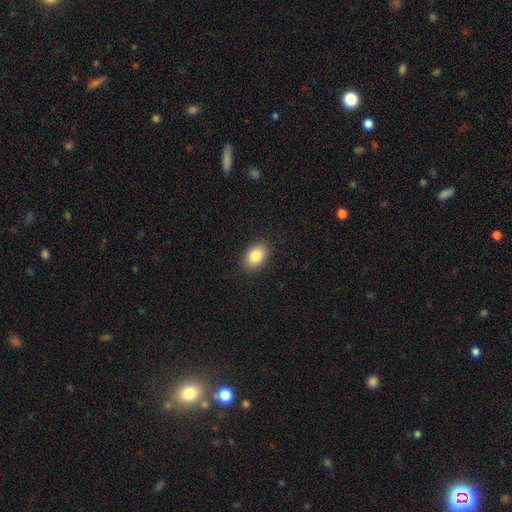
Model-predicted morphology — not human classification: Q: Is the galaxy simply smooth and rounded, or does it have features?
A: smooth — 84%.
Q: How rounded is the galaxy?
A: in between — 83%.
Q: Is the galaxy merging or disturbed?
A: none — 89%.